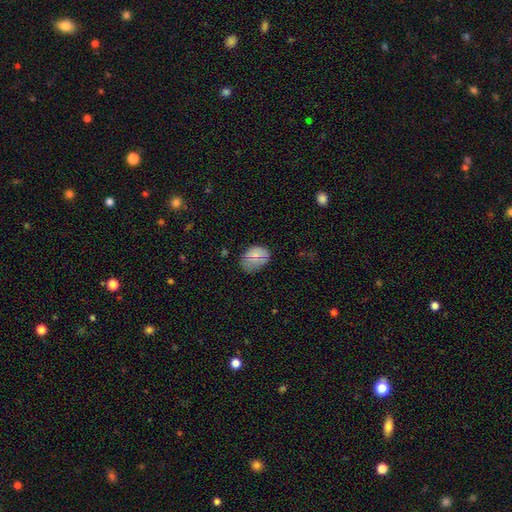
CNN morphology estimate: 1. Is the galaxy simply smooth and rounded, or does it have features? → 74% smooth, 14% featured or disk, 12% star or artifact.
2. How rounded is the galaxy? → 78% in between, 20% round, 1% cigar-shaped.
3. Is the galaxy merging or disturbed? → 59% none, 30% minor disturbance, 9% major disturbance, 2% merger.